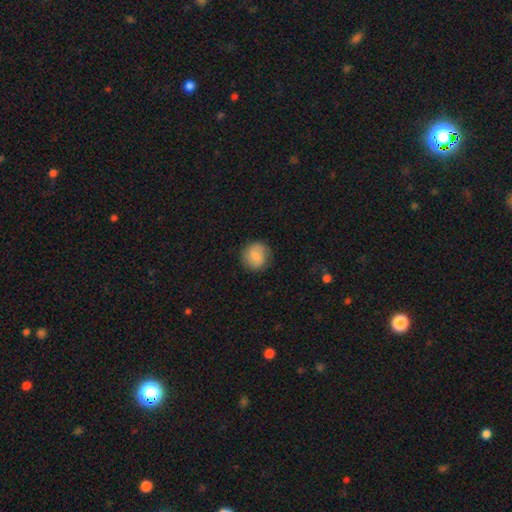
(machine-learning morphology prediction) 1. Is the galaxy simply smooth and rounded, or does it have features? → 76% smooth, 16% featured or disk, 8% star or artifact.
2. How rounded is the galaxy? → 88% round, 11% in between, 1% cigar-shaped.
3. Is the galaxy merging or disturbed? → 83% none, 12% minor disturbance, 4% major disturbance, 1% merger.